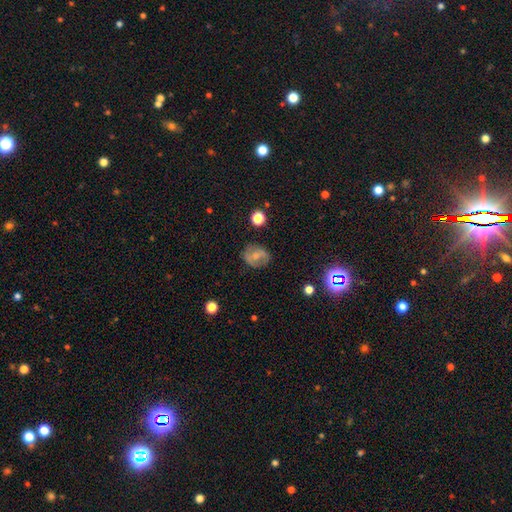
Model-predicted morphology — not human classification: smooth_or_featured: smooth (p=0.49) [alt: featured or disk p=0.40]
merging: none (p=0.75) [alt: minor disturbance p=0.17]